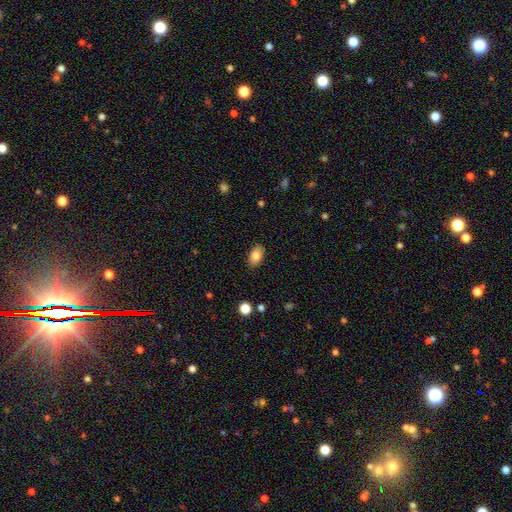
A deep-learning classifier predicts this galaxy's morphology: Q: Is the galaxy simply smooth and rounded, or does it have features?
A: smooth — 82%.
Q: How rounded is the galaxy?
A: in between — 92%.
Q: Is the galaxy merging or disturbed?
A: none — 87%.